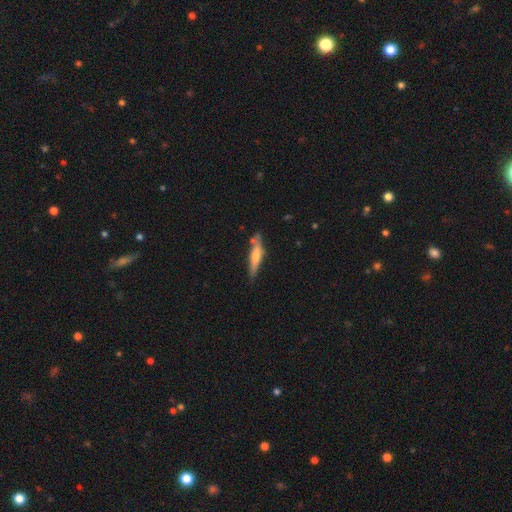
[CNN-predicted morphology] A featured or disk galaxy (49%).

Vote fractions:
- Smooth or featured? featured or disk: 49% / smooth: 45% / star or artifact: 6%
- Merging? none: 75% / minor disturbance: 17% / merger: 5% / major disturbance: 3%